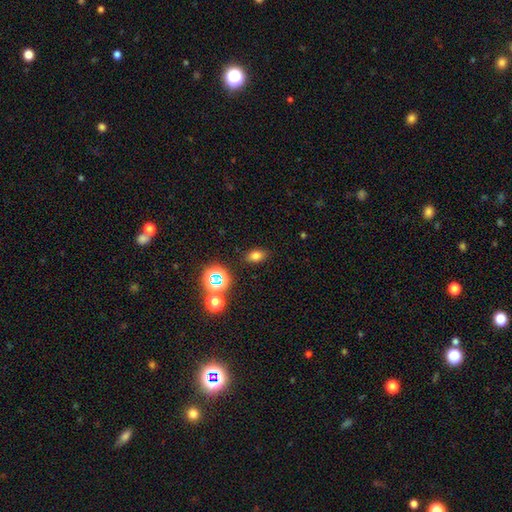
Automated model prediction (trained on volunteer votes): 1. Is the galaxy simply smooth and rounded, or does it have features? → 73% smooth, 19% star or artifact, 8% featured or disk.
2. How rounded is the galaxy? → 79% in between, 19% round, 2% cigar-shaped.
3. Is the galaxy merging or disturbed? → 86% none, 9% minor disturbance, 3% major disturbance, 2% merger.